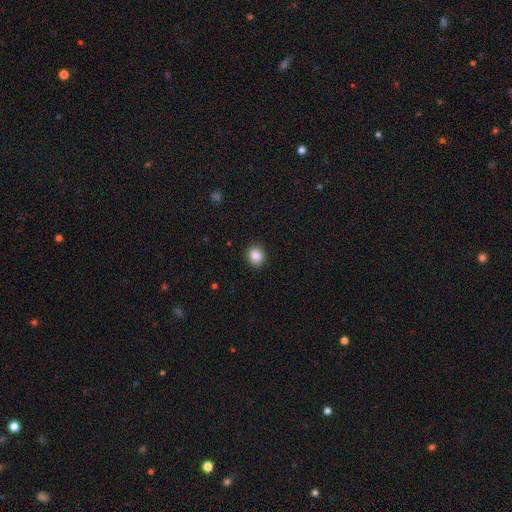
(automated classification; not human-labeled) Smooth or featured: smooth — 87% (star or artifact — 9%)
How rounded: round — 60% (in between — 39%)
Merging: none — 88% (minor disturbance — 9%)